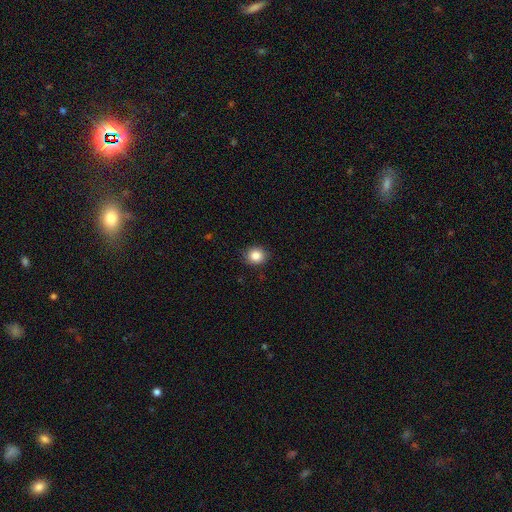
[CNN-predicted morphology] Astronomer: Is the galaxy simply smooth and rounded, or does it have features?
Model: smooth — 85%.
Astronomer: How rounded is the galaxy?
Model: round — 76%.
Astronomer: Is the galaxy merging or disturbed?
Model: none — 88%.